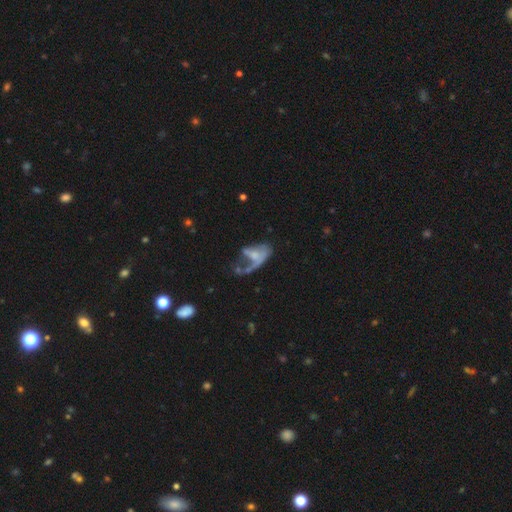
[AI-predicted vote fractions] The model was most divided on "bulge size": none: 37%, small: 32%, moderate: 24%, large: 5%, dominant: 2%. More confident: edge-on disk — no (95%); bar — no (75%); spiral arms — no (61%); smooth or featured — featured or disk (56%); merging — major disturbance (53%).